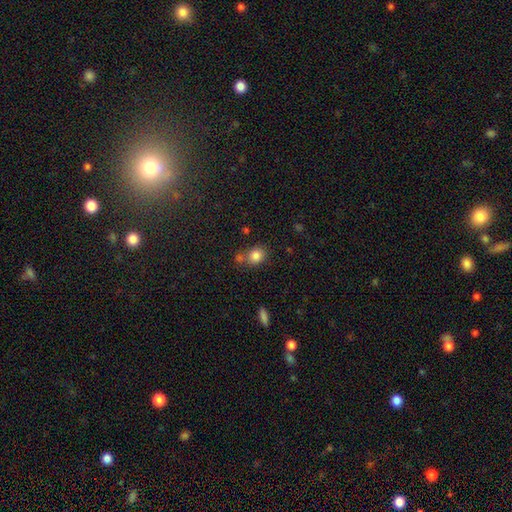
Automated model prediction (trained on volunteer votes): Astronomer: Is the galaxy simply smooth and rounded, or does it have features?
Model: smooth — 84%.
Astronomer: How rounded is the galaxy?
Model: round — 59% (runner-up: in between, 39%).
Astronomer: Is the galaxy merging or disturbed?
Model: none — 61%.